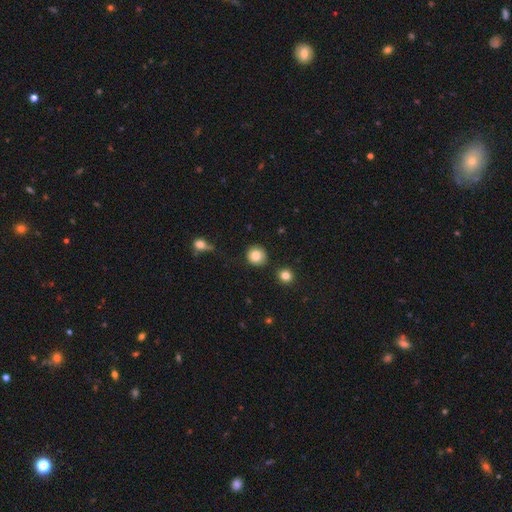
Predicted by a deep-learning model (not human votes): Overall: smooth (84%). How rounded: round (90%). Merging: none (84%).